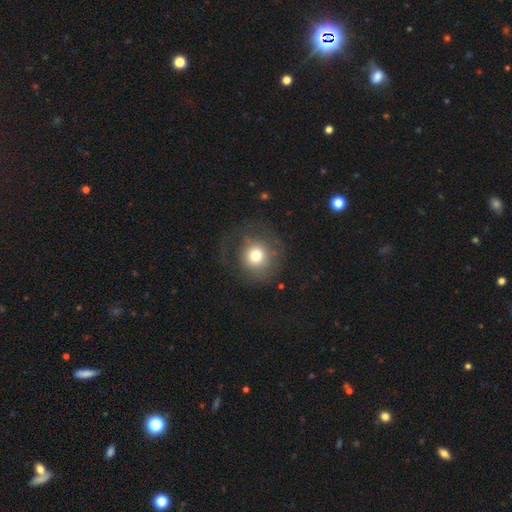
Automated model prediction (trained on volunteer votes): Morphology: type=smooth (70%); roundness=round (91%); merging=none (64%).